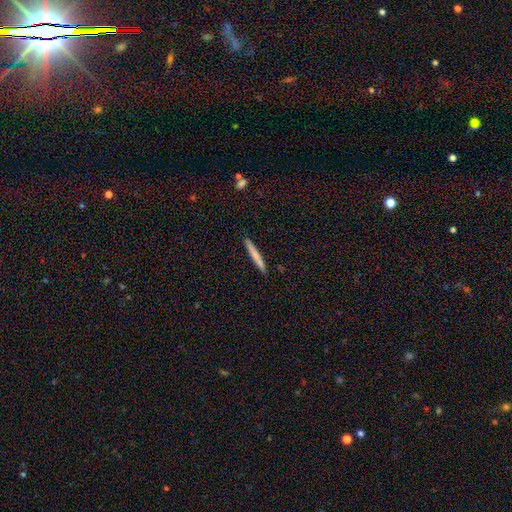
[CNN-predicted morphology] smooth-or-featured: smooth: 69% | featured or disk: 26% | star or artifact: 6%
  how-rounded: cigar-shaped: 96% | in between: 3% | round: 1%
  merging: none: 91% | minor disturbance: 7% | major disturbance: 1% | merger: 1%